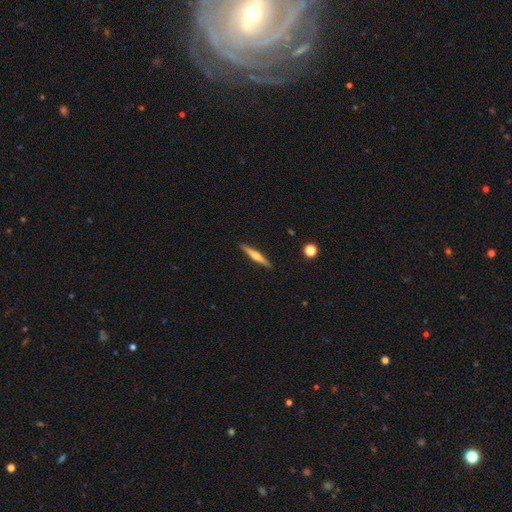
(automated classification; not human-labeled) Overall: featured or disk (62%; smooth 32%). Edge-on disk: yes (98%). Edge-on bulge: rounded (85%). Merging: none (91%).